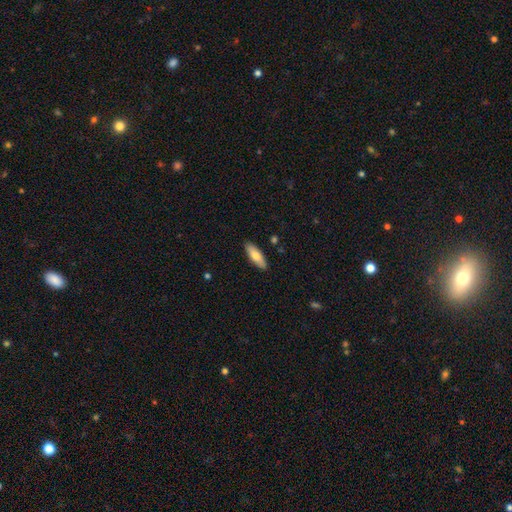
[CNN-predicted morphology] Overall: smooth (75%). How rounded: in between (58%; cigar-shaped 40%). Merging: none (89%).